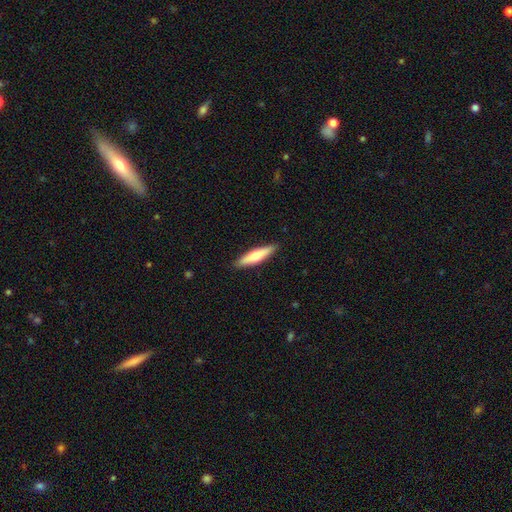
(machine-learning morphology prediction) Smooth or featured? smooth (59%)
How rounded? cigar-shaped (81%)
Merging? none (90%)